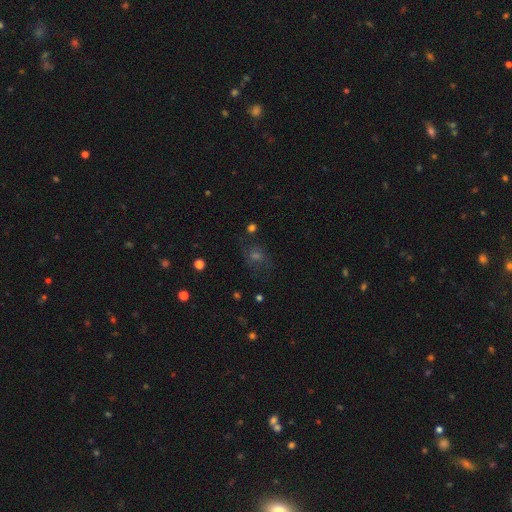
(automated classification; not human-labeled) smooth 39%, star or artifact 37%, featured or disk 24%. Down the decision tree: merging — none (67%).